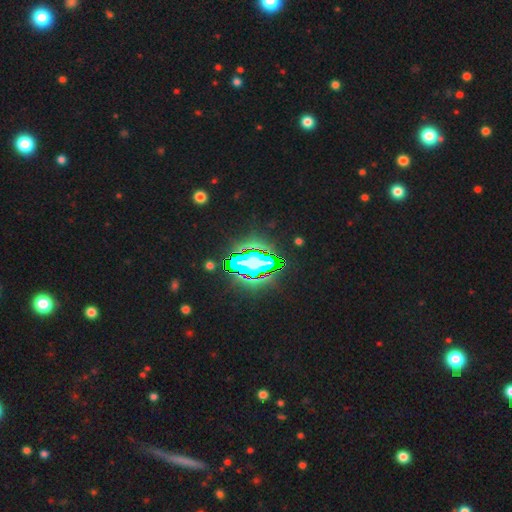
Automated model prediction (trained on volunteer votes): Smooth or featured? star or artifact (70%)